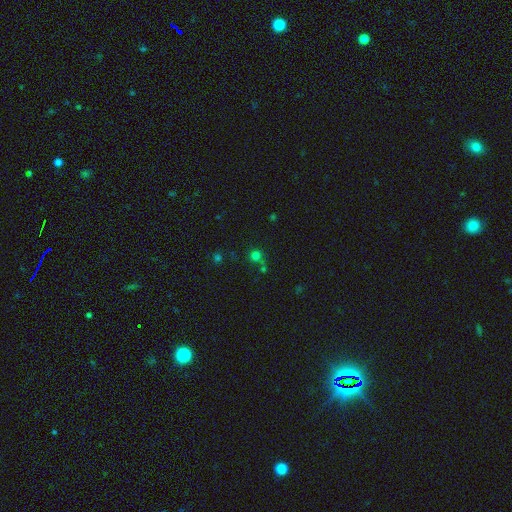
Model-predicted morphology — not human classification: Smooth or featured? smooth (66%)
How rounded? round (92%)
Merging? none (66%)